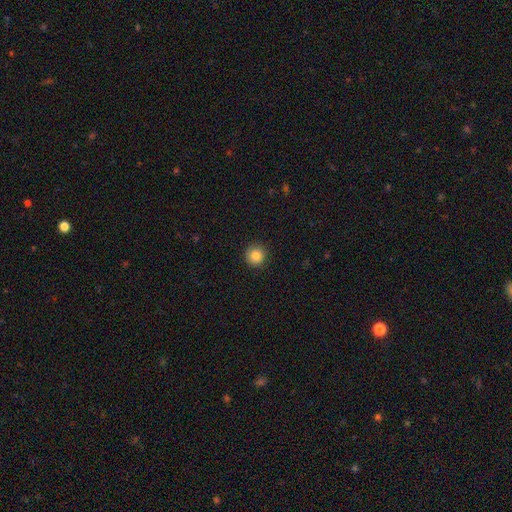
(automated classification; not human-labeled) Overall: smooth (85%). How rounded: round (94%). Merging: none (90%).